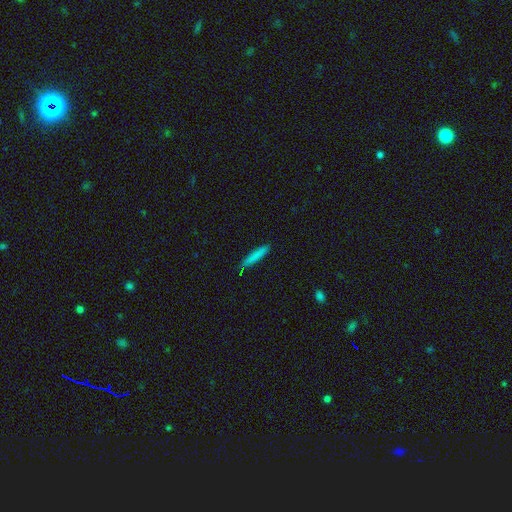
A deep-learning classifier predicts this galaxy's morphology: Smooth or featured?
  - smooth: 82% *
  - featured or disk: 11%
  - star or artifact: 7%
How rounded?
  - cigar-shaped: 91% *
  - in between: 7%
  - round: 1%
Merging?
  - none: 87% *
  - minor disturbance: 9%
  - major disturbance: 2%
  - merger: 2%